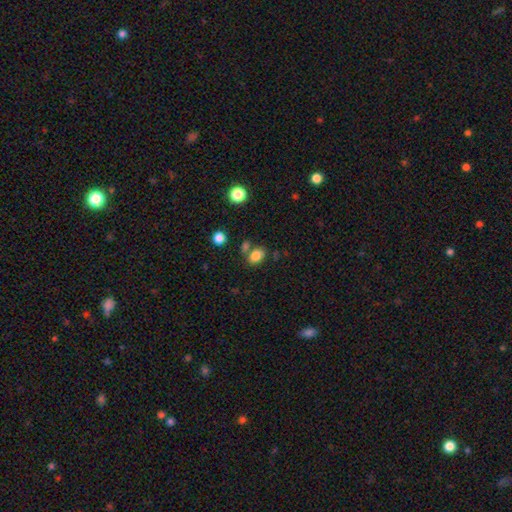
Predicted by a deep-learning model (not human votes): This is clearly a smooth galaxy (81%). How rounded: likely in between (70%). Merging: likely none (64%).